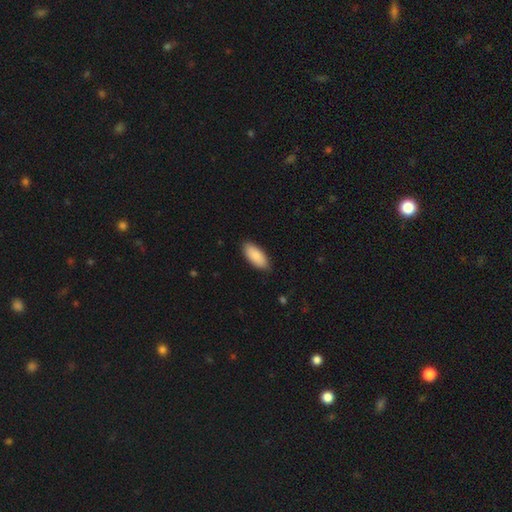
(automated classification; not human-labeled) Overall: smooth (89%). How rounded: in between (88%). Merging: none (87%).